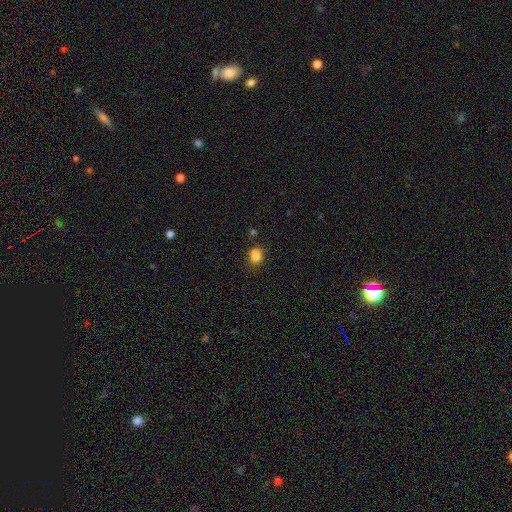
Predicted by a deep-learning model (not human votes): Morphology: type=smooth (82%); roundness=round (51%); merging=none (65%).